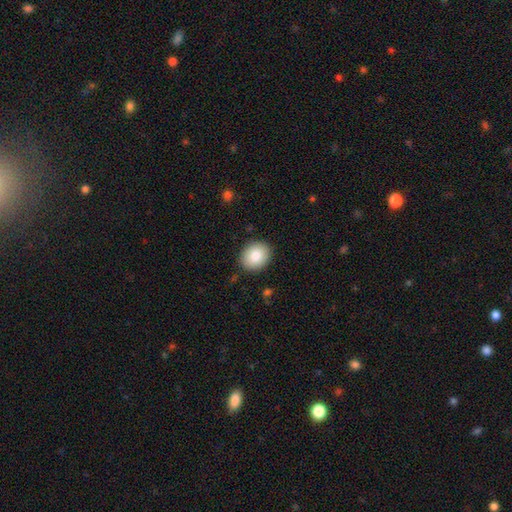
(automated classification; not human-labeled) Smooth or featured: smooth — 84% (featured or disk — 9%)
How rounded: round — 57% (in between — 42%)
Merging: none — 88% (minor disturbance — 9%)